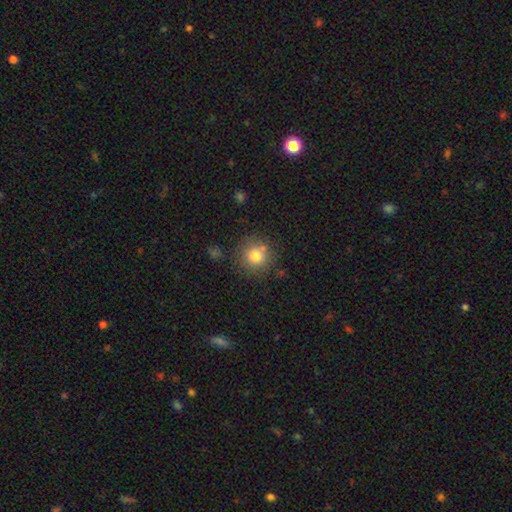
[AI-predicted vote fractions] A smooth galaxy with no disk features (78%) that is round (92%). Merging: none (78%).